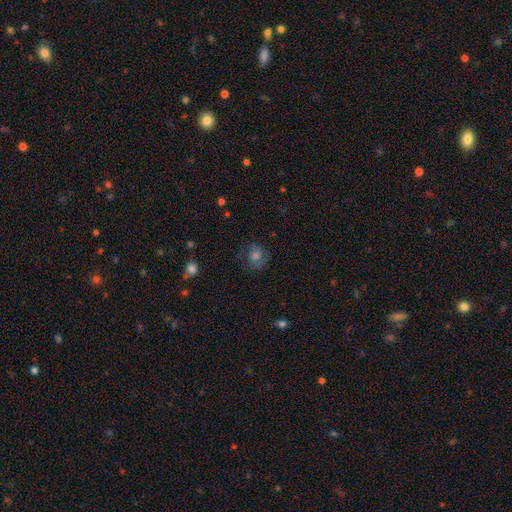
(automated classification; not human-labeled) Smooth or featured? smooth (44%)
Merging? none (73%)